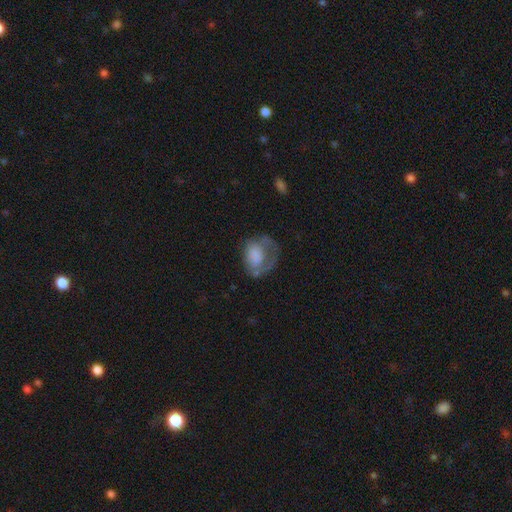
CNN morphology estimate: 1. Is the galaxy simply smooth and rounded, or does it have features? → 58% smooth, 34% featured or disk, 8% star or artifact.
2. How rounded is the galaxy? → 60% in between, 39% round, 1% cigar-shaped.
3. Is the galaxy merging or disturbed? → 42% major disturbance, 30% none, 24% minor disturbance, 4% merger.